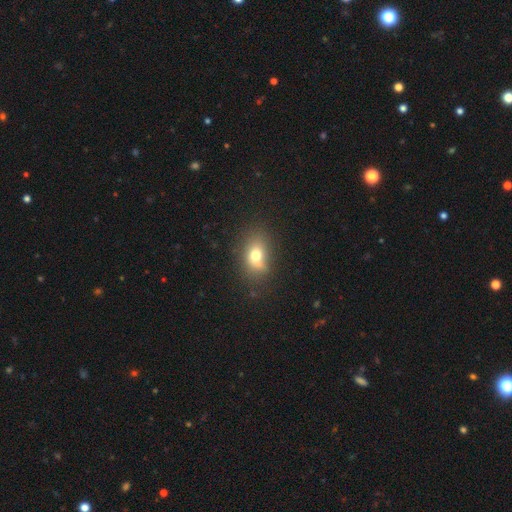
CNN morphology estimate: smooth 71%, featured or disk 16%, star or artifact 13%. Down the decision tree: how rounded — in between (70%); merging — none (65%).